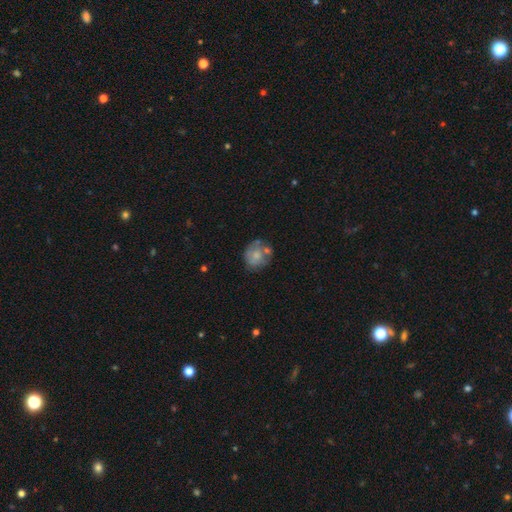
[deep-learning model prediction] Smooth or featured: smooth — 56% (featured or disk — 35%)
How rounded: round — 73% (in between — 26%)
Merging: none — 51% (minor disturbance — 23%)